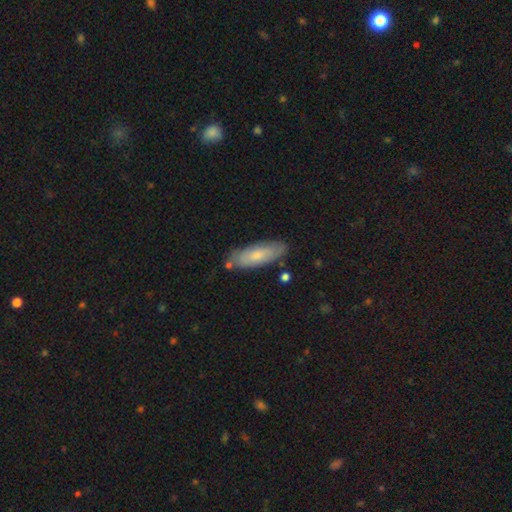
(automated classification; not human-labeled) A smooth galaxy with no disk features (67%) that is in between round and cigar-shaped (59%). Merging: none (78%).